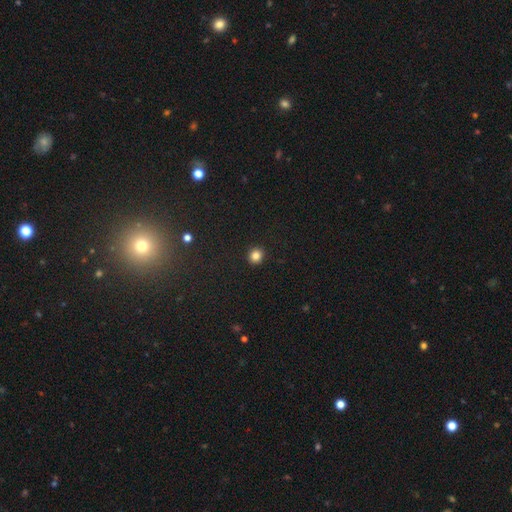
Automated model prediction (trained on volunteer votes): smooth-or-featured: smooth: 84% | star or artifact: 12% | featured or disk: 4%
  how-rounded: round: 89% | in between: 10% | cigar-shaped: 1%
  merging: none: 93% | minor disturbance: 5% | major disturbance: 2% | merger: 1%